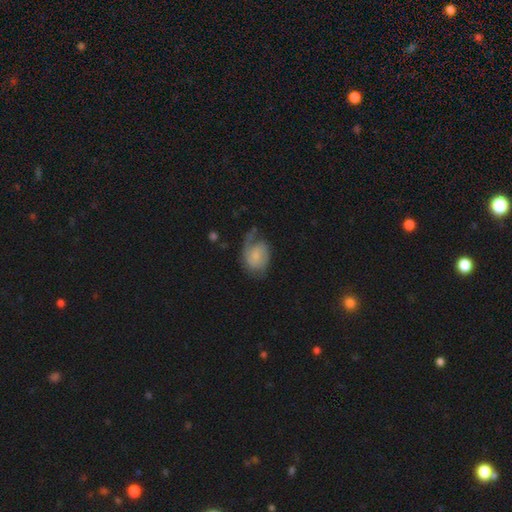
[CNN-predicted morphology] Smooth or featured: featured or disk — 54% (smooth — 39%)
Edge-on disk: no — 97% (yes — 3%)
Bar: no — 62% (weak — 33%)
Spiral arms: yes — 84% (no — 16%)
Bulge size: small — 55% (moderate — 23%)
Merging: none — 41% (major disturbance — 28%)